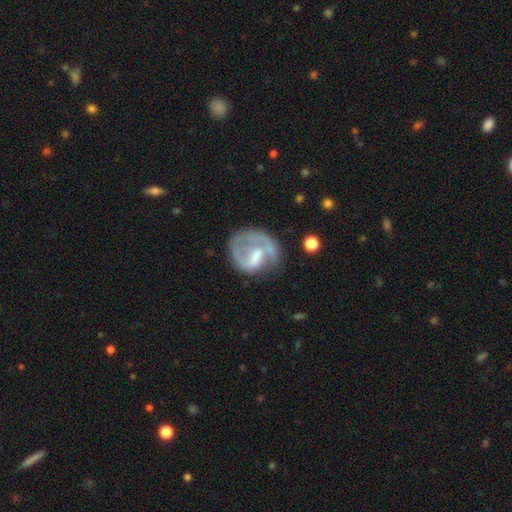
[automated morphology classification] Smooth or featured? featured or disk (68%)
Edge-on disk? no (97%)
Bar? weak (44%)
Spiral arms? yes (70%)
Bulge size? moderate (36%)
Merging? none (48%)